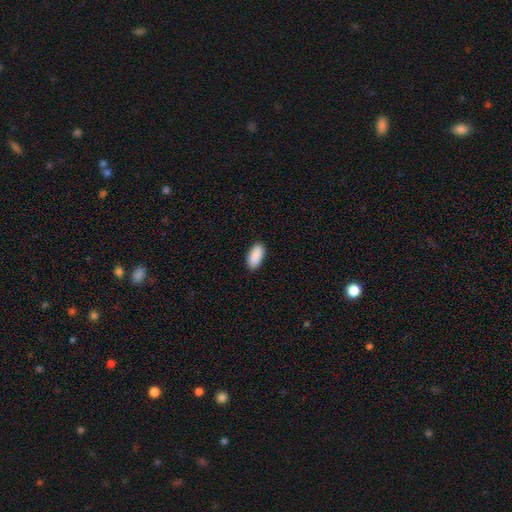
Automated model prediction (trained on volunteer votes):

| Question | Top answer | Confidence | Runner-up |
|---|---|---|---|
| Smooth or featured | smooth | 91% | star or artifact (6%) |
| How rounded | in between | 92% | cigar-shaped (6%) |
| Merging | none | 89% | minor disturbance (8%) |